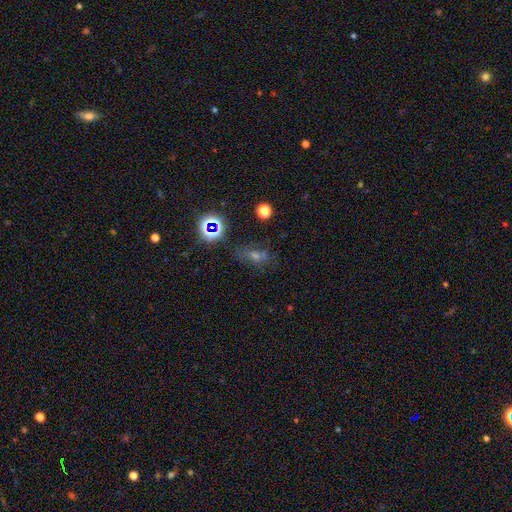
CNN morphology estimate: Smooth or featured? star or artifact (45%)